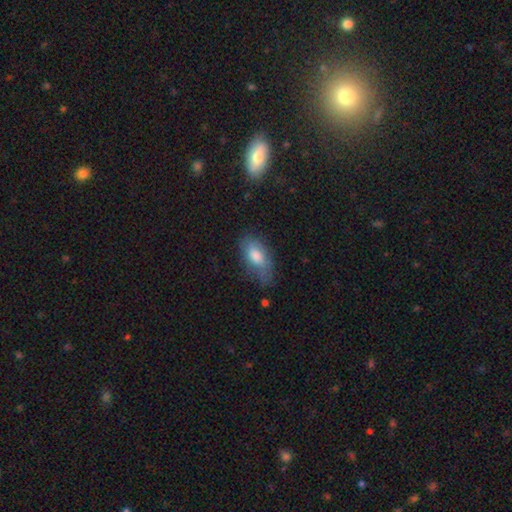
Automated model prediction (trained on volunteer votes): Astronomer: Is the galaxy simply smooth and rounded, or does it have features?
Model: smooth — 68%.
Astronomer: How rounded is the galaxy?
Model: in between — 87%.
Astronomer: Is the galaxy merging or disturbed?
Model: none — 52% (runner-up: minor disturbance, 32%).